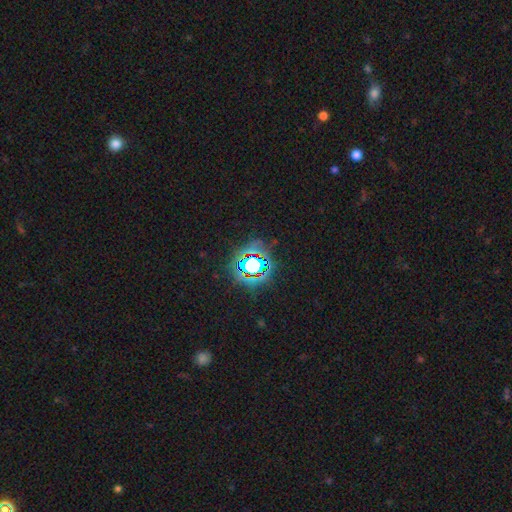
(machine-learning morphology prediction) Smooth or featured? star or artifact (70%)